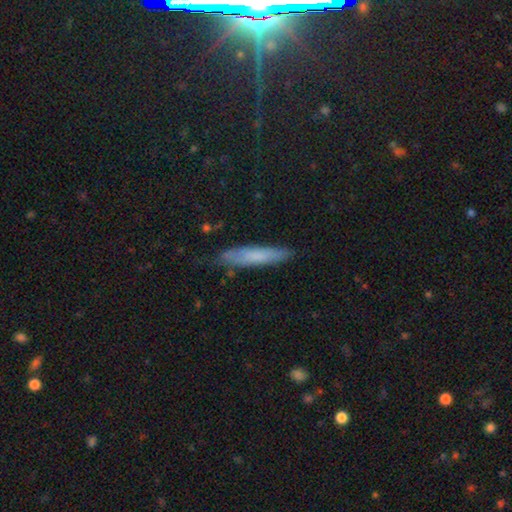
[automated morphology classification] Q: Smooth or featured?
A: smooth (66%); runner-up: featured or disk (25%)
Q: How rounded?
A: cigar-shaped (89%); runner-up: in between (10%)
Q: Merging?
A: none (79%); runner-up: minor disturbance (16%)